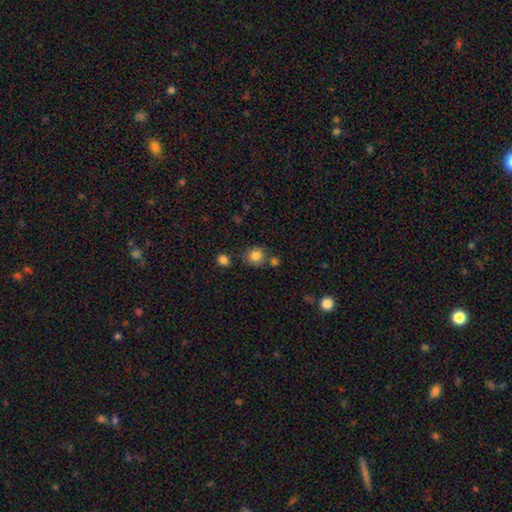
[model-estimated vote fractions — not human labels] This appears to be a smooth galaxy with no disk features (83%) that is round (88%). Merging: none (72%).